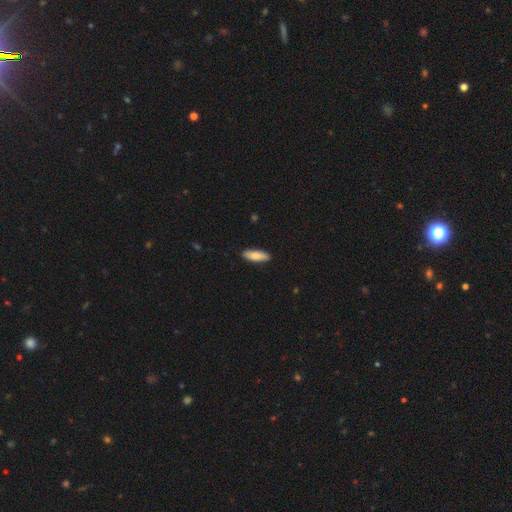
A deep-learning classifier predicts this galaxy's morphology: The model was most divided on "how rounded" (2-way tie): cigar-shaped: 49%, in between: 49%, round: 2%. More confident: merging — none (89%); smooth or featured — smooth (81%).